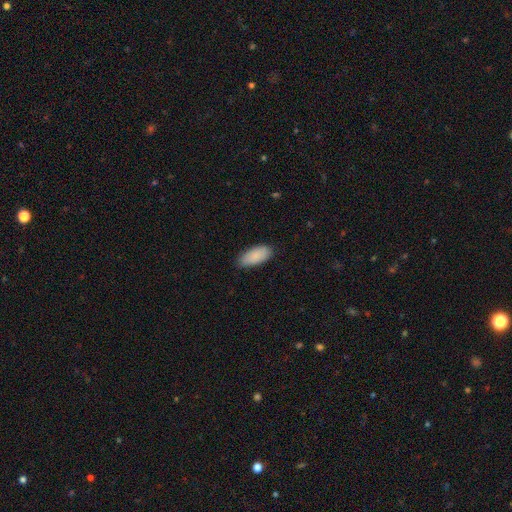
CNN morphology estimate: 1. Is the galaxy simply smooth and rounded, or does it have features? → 88% smooth, 6% star or artifact, 6% featured or disk.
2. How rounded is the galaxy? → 89% in between, 9% cigar-shaped, 2% round.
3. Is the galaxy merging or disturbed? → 78% none, 18% minor disturbance, 2% major disturbance, 1% merger.